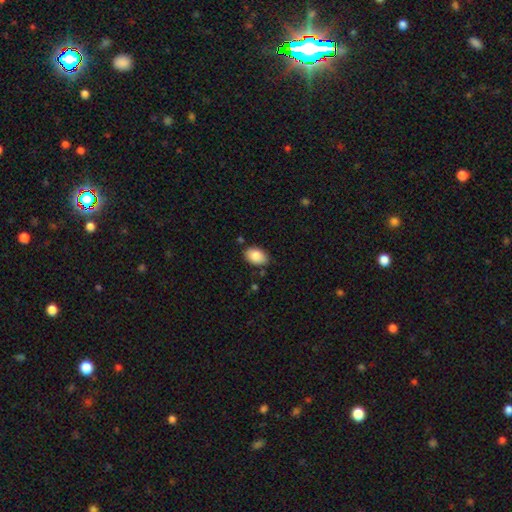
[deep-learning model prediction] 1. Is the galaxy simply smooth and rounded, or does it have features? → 85% smooth, 8% featured or disk, 7% star or artifact.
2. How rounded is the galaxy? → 87% in between, 12% round, 1% cigar-shaped.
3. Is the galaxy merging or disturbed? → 81% none, 14% minor disturbance, 3% merger, 3% major disturbance.